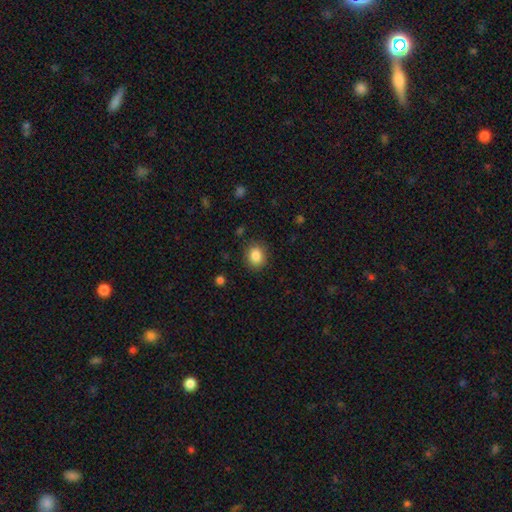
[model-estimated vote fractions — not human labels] Q: Smooth or featured?
A: smooth (86%); runner-up: star or artifact (9%)
Q: How rounded?
A: round (62%); runner-up: in between (37%)
Q: Merging?
A: none (86%); runner-up: minor disturbance (10%)